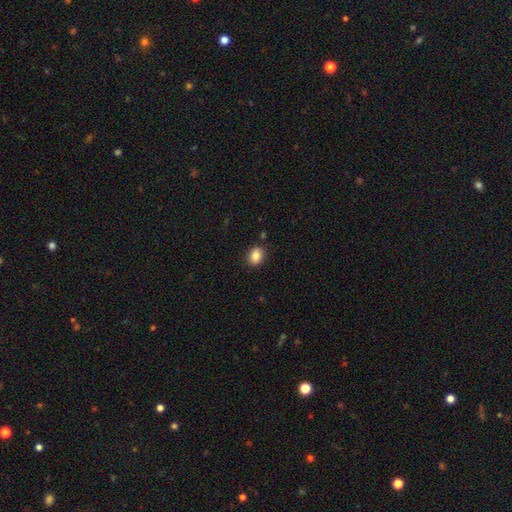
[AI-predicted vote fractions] Smooth or featured? smooth (86%)
How rounded? in between (57%)
Merging? none (87%)